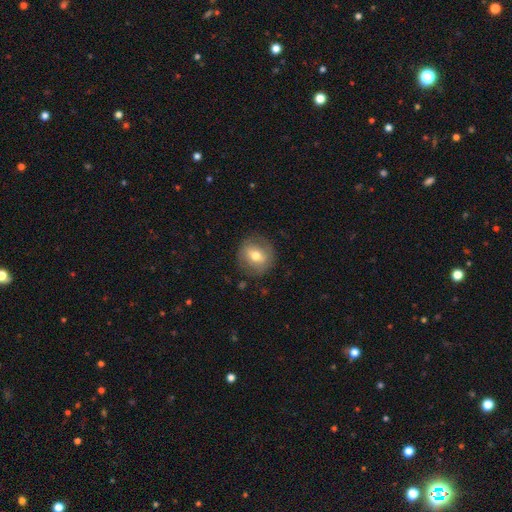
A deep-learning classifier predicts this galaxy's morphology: smooth_or_featured: smooth (p=0.61) [alt: featured or disk p=0.31]
how_rounded: round (p=0.86) [alt: in between p=0.13]
merging: none (p=0.80) [alt: minor disturbance p=0.13]